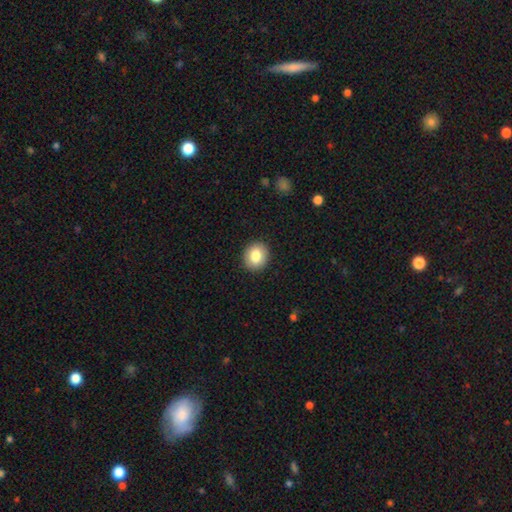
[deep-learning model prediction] Smooth or featured?
  - smooth: 82% *
  - featured or disk: 10%
  - star or artifact: 8%
How rounded?
  - round: 73% *
  - in between: 27%
  - cigar-shaped: 1%
Merging?
  - none: 91% *
  - minor disturbance: 6%
  - major disturbance: 2%
  - merger: 1%